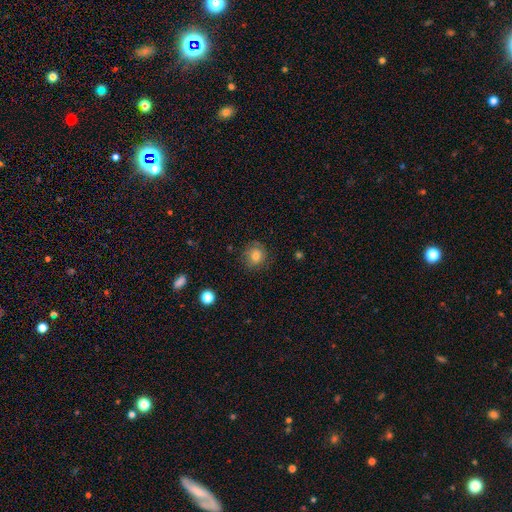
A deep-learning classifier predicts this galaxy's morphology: A smooth galaxy with no disk features (79%) that is round (85%). Merging: none (80%).